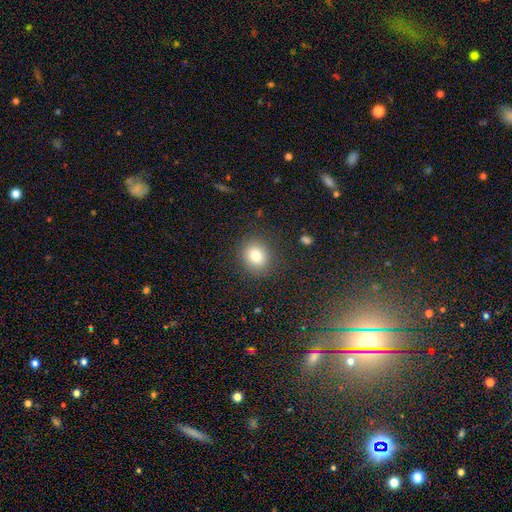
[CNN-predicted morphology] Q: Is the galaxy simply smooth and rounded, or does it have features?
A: smooth — 81%.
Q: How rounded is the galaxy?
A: round — 73%.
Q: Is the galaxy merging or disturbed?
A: none — 87%.